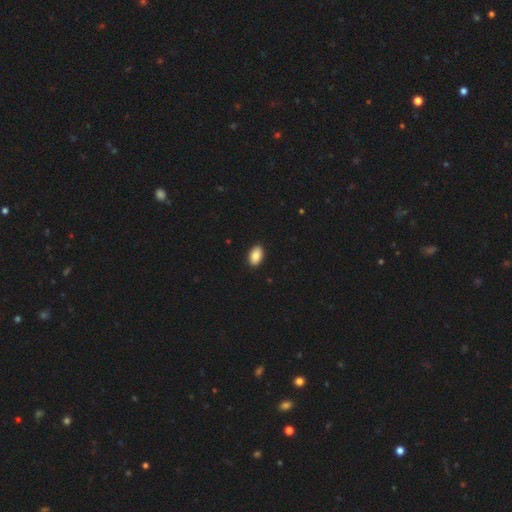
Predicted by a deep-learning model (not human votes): This is clearly a smooth galaxy (87%). How rounded: clearly in between (93%). Merging: clearly none (91%).